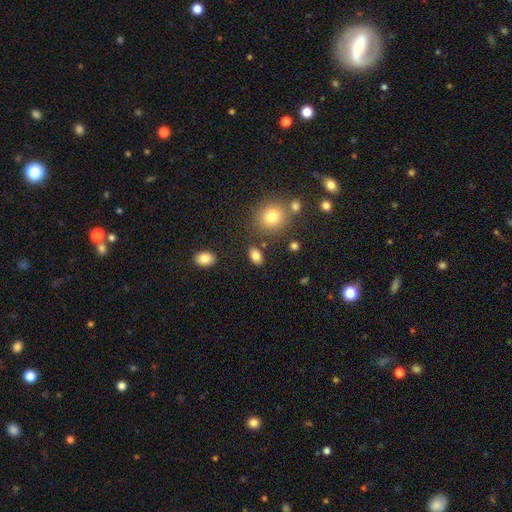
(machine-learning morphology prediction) Smooth or featured? Predicted: smooth (p=0.83). How rounded? Predicted: in between (p=0.81). Merging? Predicted: none (p=0.82).